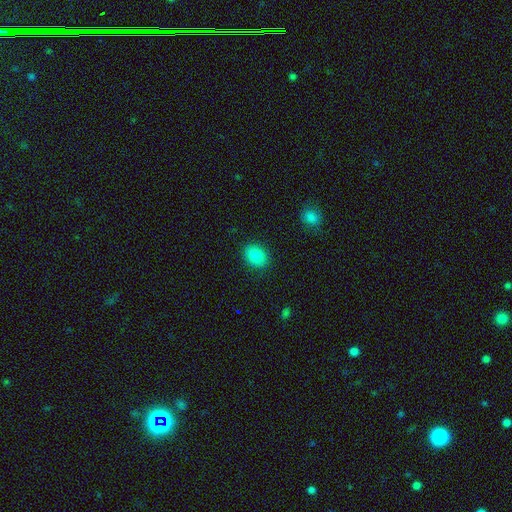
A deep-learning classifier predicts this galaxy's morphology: smooth-or-featured: smooth: 86% | star or artifact: 9% | featured or disk: 5%
  how-rounded: in between: 67% | round: 32% | cigar-shaped: 1%
  merging: none: 88% | minor disturbance: 8% | major disturbance: 2% | merger: 1%